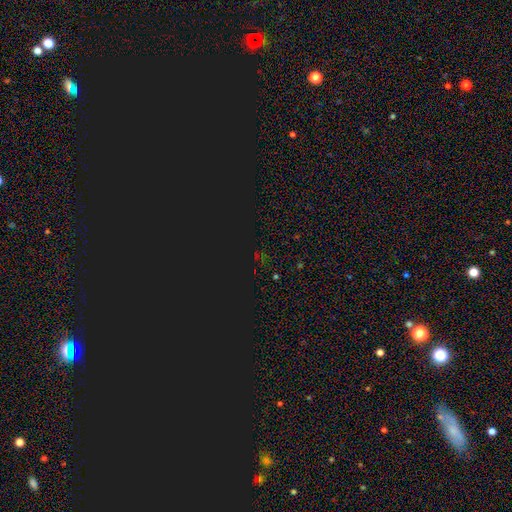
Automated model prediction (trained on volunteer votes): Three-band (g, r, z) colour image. It shows a star or artifact, not a galaxy (78%).